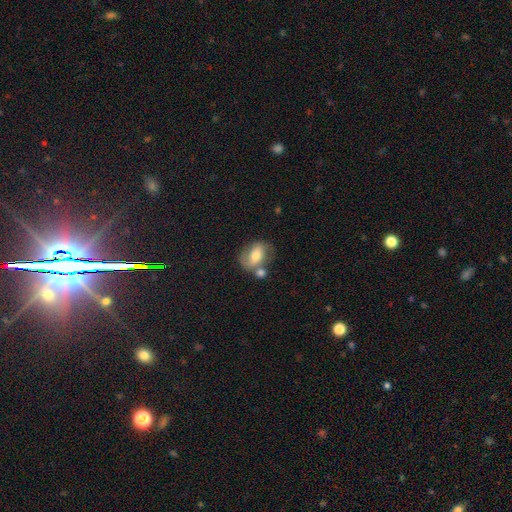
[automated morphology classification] Smooth or featured? smooth (54%)
How rounded? in between (74%)
Merging? none (50%)